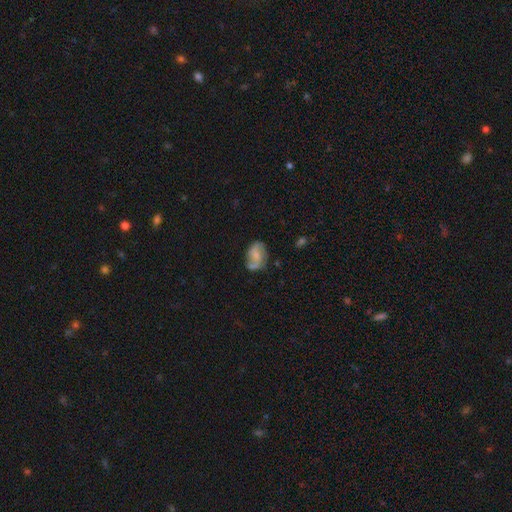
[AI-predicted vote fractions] This is possibly a featured or disk galaxy (56%). It is clearly not viewed edge-on (97%). Bar: possibly no (50%). Spiral arm pattern: clearly yes (82%). Central bulge: marginally moderate (30%, tied with none and small). Merging: possibly none (58%).